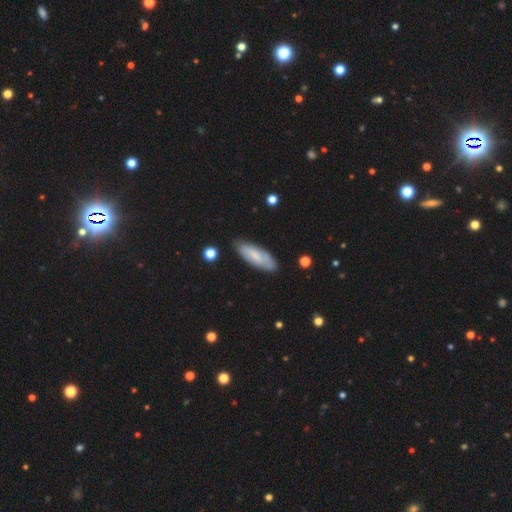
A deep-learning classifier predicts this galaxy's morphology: A smooth galaxy with no disk features (63%) that is in between round and cigar-shaped (59%).

Vote fractions:
- Smooth or featured? smooth: 63% / featured or disk: 31% / star or artifact: 6%
- How rounded? in between: 59% / cigar-shaped: 40% / round: 2%
- Merging? none: 79% / minor disturbance: 16% / major disturbance: 3% / merger: 2%